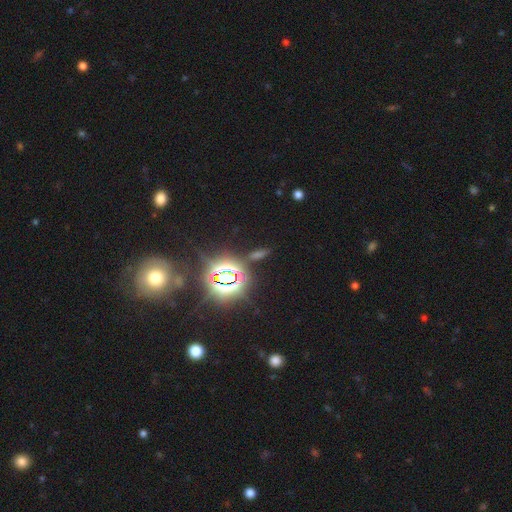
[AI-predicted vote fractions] Q: Smooth or featured?
A: star or artifact (73%); runner-up: smooth (17%)